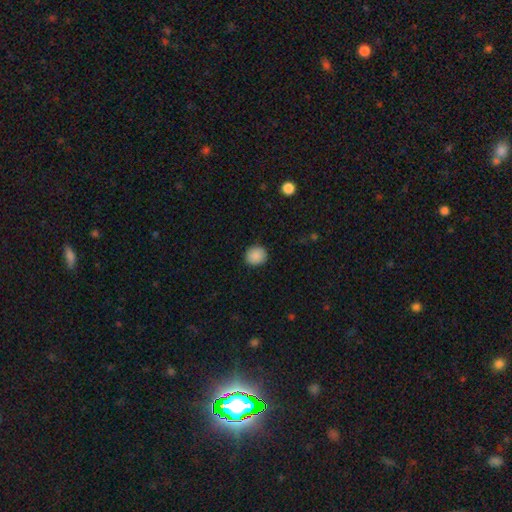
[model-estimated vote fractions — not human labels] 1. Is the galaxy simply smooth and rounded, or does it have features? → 89% smooth, 8% star or artifact, 3% featured or disk.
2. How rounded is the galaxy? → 84% round, 15% in between, 1% cigar-shaped.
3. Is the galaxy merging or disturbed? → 90% none, 7% minor disturbance, 2% major disturbance, 1% merger.